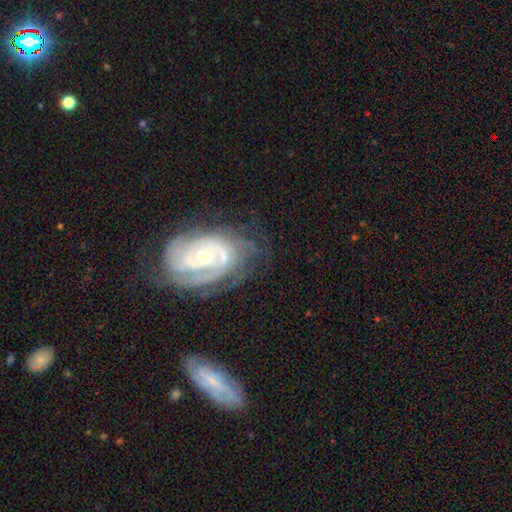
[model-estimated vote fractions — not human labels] Smooth or featured?
  - featured or disk: 78% *
  - smooth: 12%
  - star or artifact: 10%
Edge-on disk?
  - no: 95% *
  - yes: 5%
Bar?
  - no: 53% *
  - weak: 33%
  - strong: 14%
Spiral arms?
  - yes: 92% *
  - no: 8%
Spiral winding?
  - tight: 65% *
  - medium: 28%
  - loose: 8%
Spiral arm count?
  - 2: 39% *
  - can't tell: 26%
  - 3: 19%
  - 4: 6%
  - 1: 6%
  - more than 4: 5%
Bulge size?
  - moderate: 53% *
  - small: 42%
  - large: 3%
  - none: 1%
  - dominant: 1%
Merging?
  - none: 64% *
  - minor disturbance: 21%
  - major disturbance: 11%
  - merger: 5%